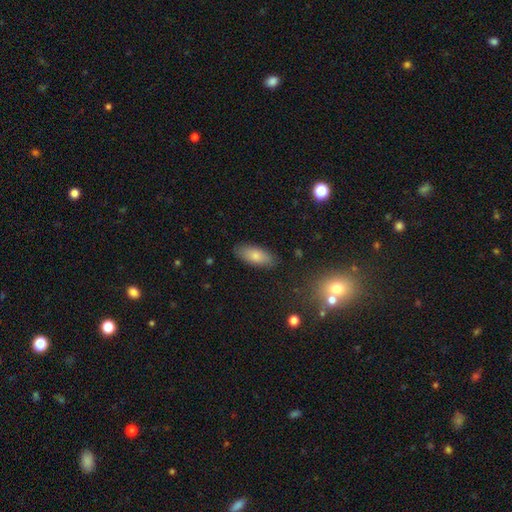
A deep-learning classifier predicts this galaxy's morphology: Overall: smooth (81%). How rounded: in between (83%). Merging: none (86%).